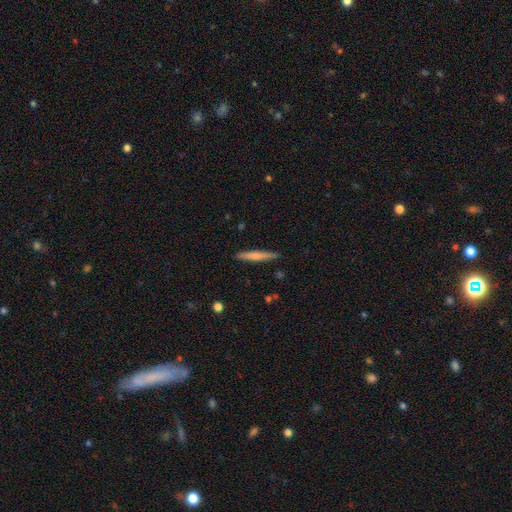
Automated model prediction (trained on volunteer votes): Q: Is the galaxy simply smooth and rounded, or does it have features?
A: smooth — 62%.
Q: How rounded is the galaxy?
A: cigar-shaped — 95%.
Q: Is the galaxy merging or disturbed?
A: none — 89%.